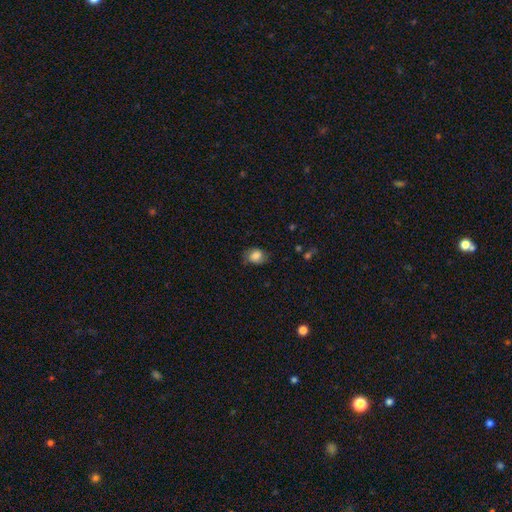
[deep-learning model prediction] A smooth galaxy with no disk features (79%) that is in between round and cigar-shaped (53%).

Vote fractions:
- Smooth or featured? smooth: 79% / featured or disk: 12% / star or artifact: 9%
- How rounded? in between: 53% / round: 46% / cigar-shaped: 1%
- Merging? none: 68% / minor disturbance: 24% / major disturbance: 6% / merger: 1%